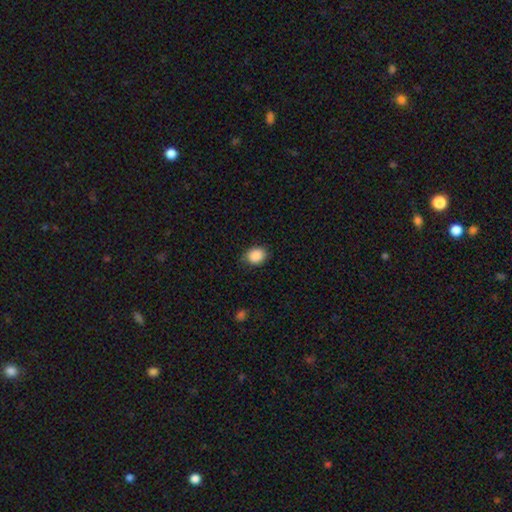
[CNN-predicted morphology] Overall: smooth (89%). How rounded: round (52%; in between 47%). Merging: none (80%).